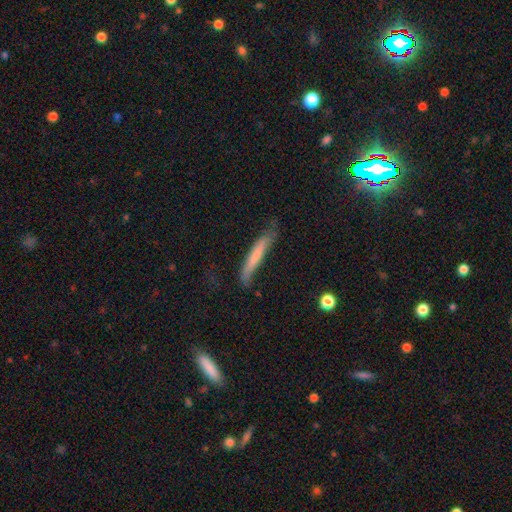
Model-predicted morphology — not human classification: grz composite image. It shows a smooth galaxy with no disk features (65%) that is cigar-shaped (94%). Merging: none (61%).